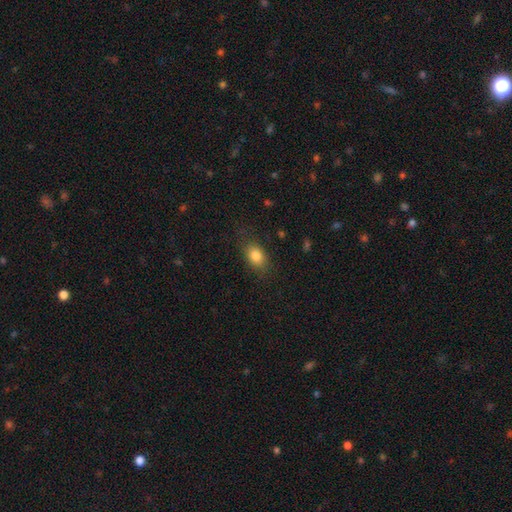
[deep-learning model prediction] This appears to be a smooth galaxy with no disk features (83%) that is in between round and cigar-shaped (72%). Merging: none (78%).